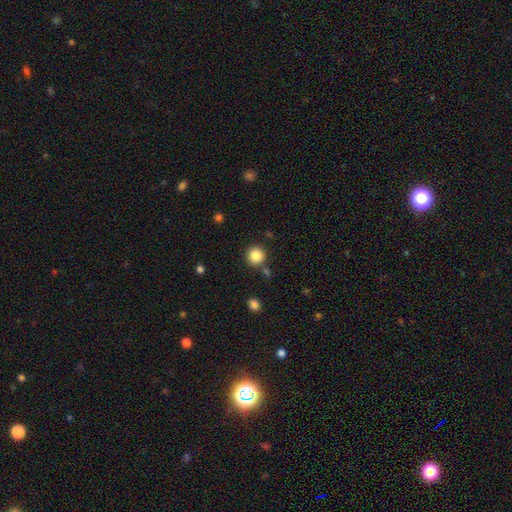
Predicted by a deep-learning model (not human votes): Q: Smooth or featured?
A: smooth (85%); runner-up: star or artifact (10%)
Q: How rounded?
A: round (94%); runner-up: in between (5%)
Q: Merging?
A: none (85%); runner-up: minor disturbance (7%)